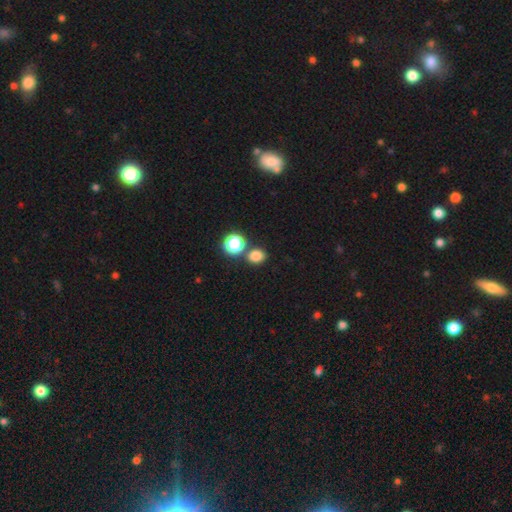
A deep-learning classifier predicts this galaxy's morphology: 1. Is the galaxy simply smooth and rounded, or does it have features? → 79% smooth, 16% star or artifact, 5% featured or disk.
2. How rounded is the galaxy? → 71% round, 28% in between, 1% cigar-shaped.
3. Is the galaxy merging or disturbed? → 71% none, 17% merger, 9% minor disturbance, 3% major disturbance.